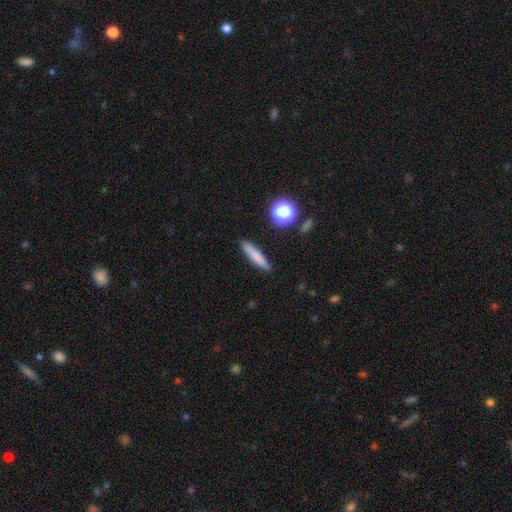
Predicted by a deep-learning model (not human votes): The model was most divided on "smooth or featured": smooth: 77%, featured or disk: 15%, star or artifact: 9%. More confident: merging — none (89%); how rounded — cigar-shaped (86%).